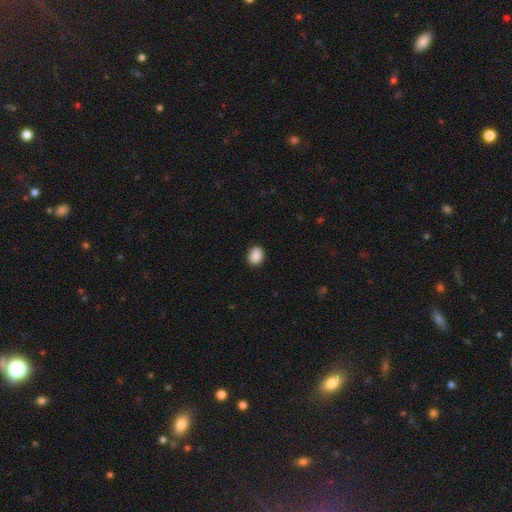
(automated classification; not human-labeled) Smooth or featured?
  - smooth: 90% *
  - star or artifact: 8%
  - featured or disk: 2%
How rounded?
  - in between: 66% *
  - round: 32%
  - cigar-shaped: 1%
Merging?
  - none: 88% *
  - minor disturbance: 8%
  - major disturbance: 2%
  - merger: 1%